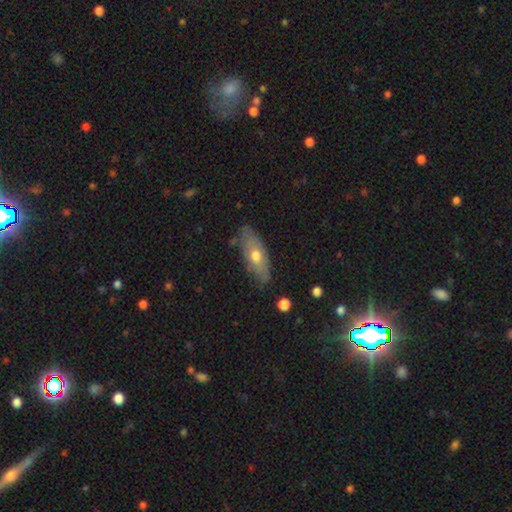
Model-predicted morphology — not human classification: Smooth or featured? Predicted: smooth (p=0.49). Merging? Predicted: none (p=0.80).